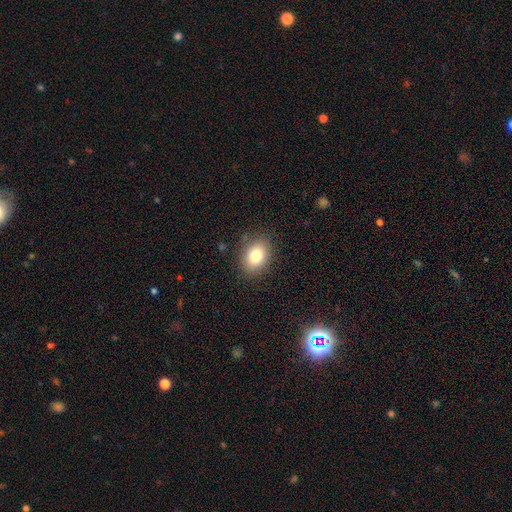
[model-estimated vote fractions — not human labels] Q: Smooth or featured?
A: smooth (82%); runner-up: star or artifact (9%)
Q: How rounded?
A: in between (68%); runner-up: round (31%)
Q: Merging?
A: none (85%); runner-up: minor disturbance (10%)